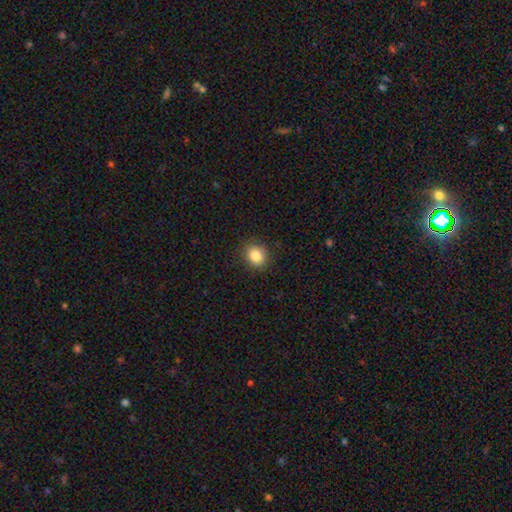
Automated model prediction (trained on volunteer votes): Morphology: type=smooth (85%); roundness=round (63%); merging=none (87%).